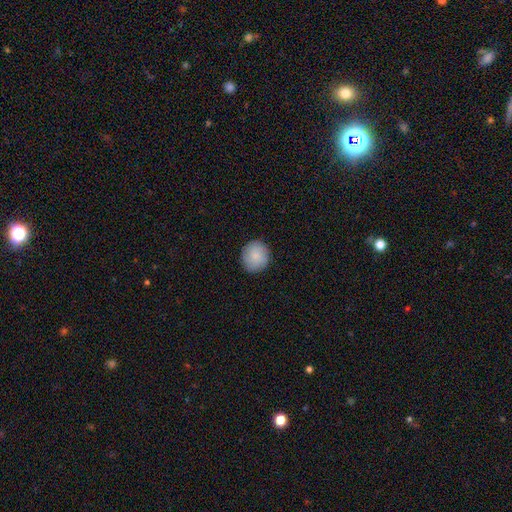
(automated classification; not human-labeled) smooth-or-featured: smooth: 85% | featured or disk: 9% | star or artifact: 6%
  how-rounded: round: 89% | in between: 10% | cigar-shaped: 1%
  merging: none: 87% | minor disturbance: 10% | major disturbance: 2% | merger: 1%